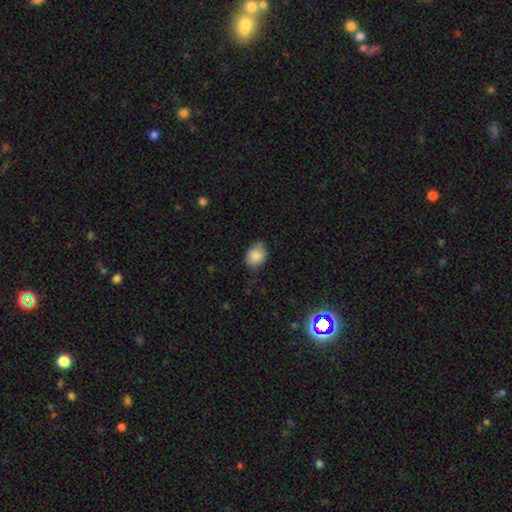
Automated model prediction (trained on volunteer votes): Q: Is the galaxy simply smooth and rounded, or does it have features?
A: smooth — 85%.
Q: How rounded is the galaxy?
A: in between — 66%.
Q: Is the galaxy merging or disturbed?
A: none — 64%.